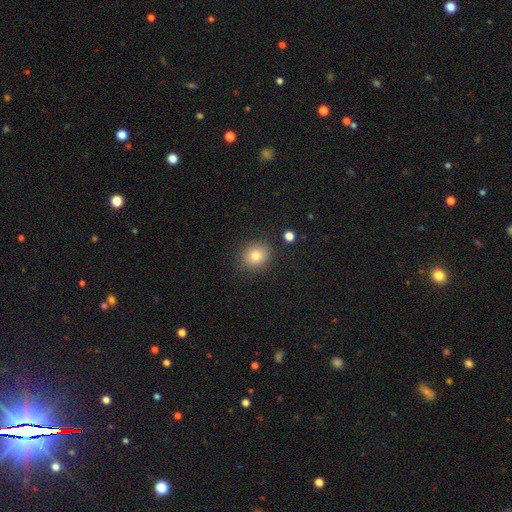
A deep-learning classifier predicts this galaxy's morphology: smooth_or_featured: smooth (p=0.80) [alt: star or artifact p=0.11]
how_rounded: round (p=0.77) [alt: in between p=0.22]
merging: none (p=0.86) [alt: minor disturbance p=0.09]